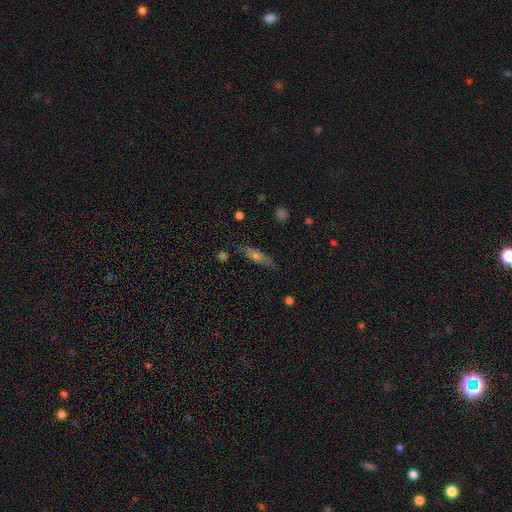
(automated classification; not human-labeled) The model was most divided on "smooth or featured": featured or disk: 45%, smooth: 43%, star or artifact: 13%. More confident: merging — none (78%).